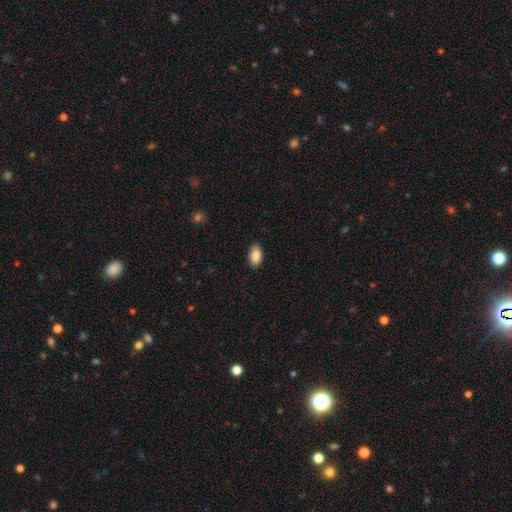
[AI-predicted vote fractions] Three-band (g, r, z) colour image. It shows a smooth galaxy with no disk features (86%) that is in between round and cigar-shaped (93%). Merging: none (88%).